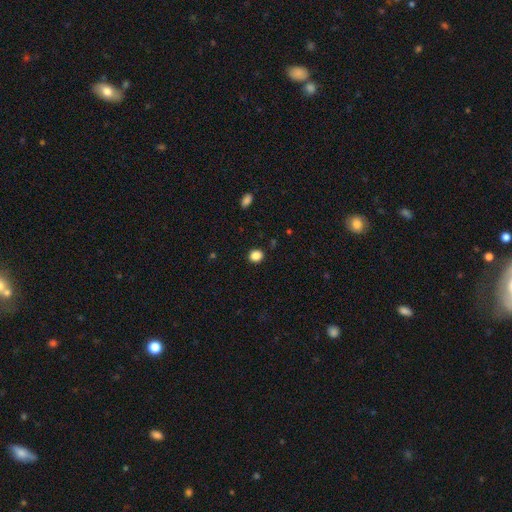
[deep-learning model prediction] Morphology: type=smooth (86%); roundness=round (73%); merging=none (90%).